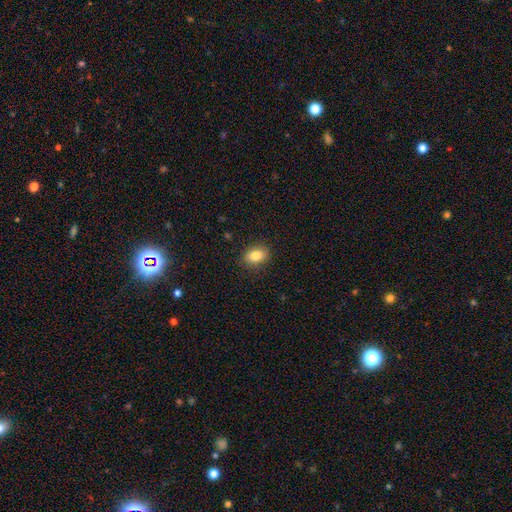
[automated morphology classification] Smooth or featured? Predicted: smooth (p=0.85). How rounded? Predicted: in between (p=0.80). Merging? Predicted: none (p=0.87).